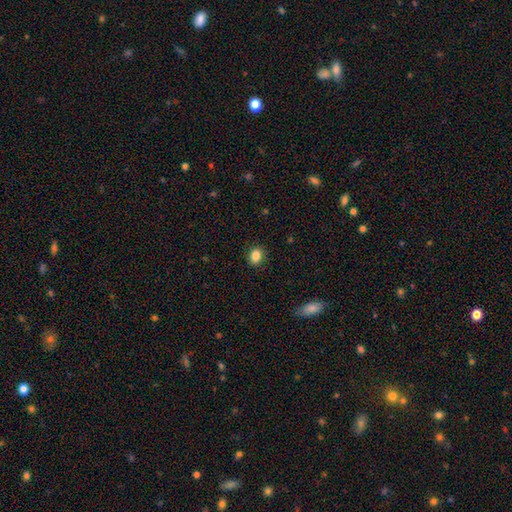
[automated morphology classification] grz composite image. It shows a smooth galaxy with no disk features (85%) that is in between round and cigar-shaped (56%). Merging: none (89%).